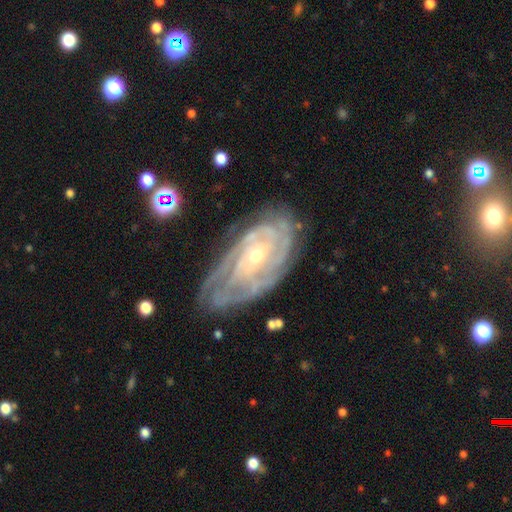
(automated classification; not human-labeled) A featured or disk galaxy (87%) with no bar (57%), tight (77%) spiral arms (96%) and a small central bulge (58%). Merging: none (71%).